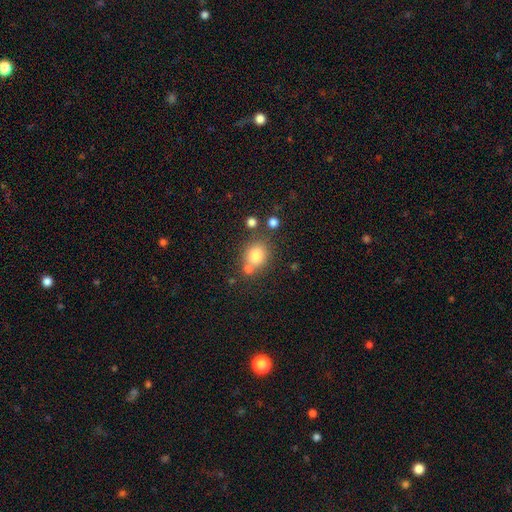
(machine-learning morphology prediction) type=smooth (78%); roundness=round (73%); merging=none (64%).